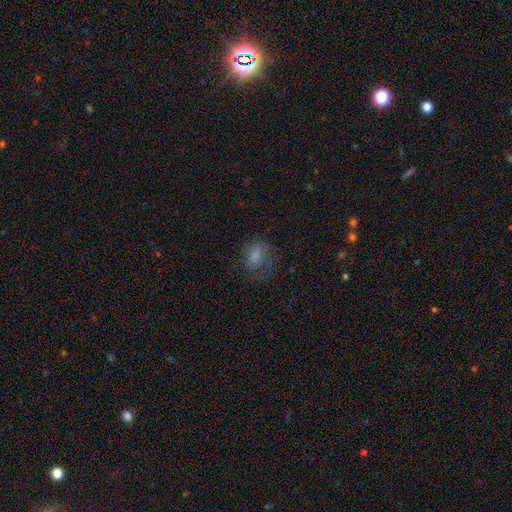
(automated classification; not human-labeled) This appears to be a smooth galaxy with no disk features (65%) that is in between round and cigar-shaped (65%). Merging: none (43%).